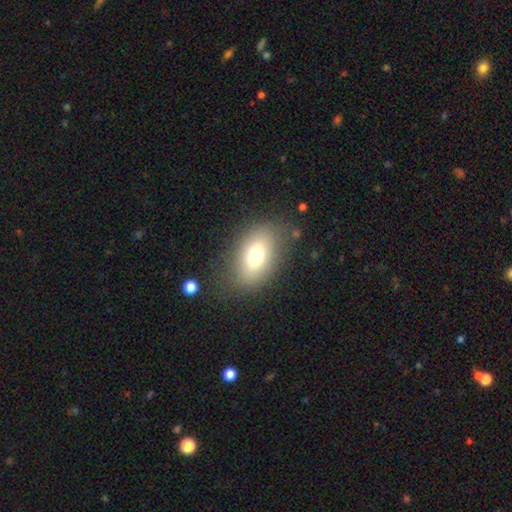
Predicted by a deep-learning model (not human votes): This is likely a smooth galaxy (75%). How rounded: clearly in between (86%). Merging: likely none (78%).